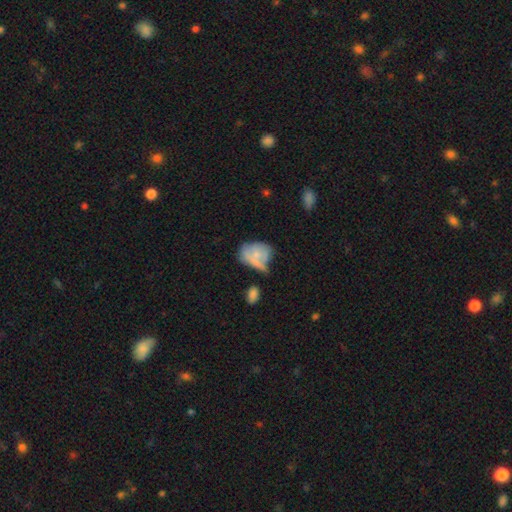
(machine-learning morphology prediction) Overall: smooth (61%; featured or disk 30%). How rounded: in between (69%). Merging: none (30%; minor disturbance 29%).